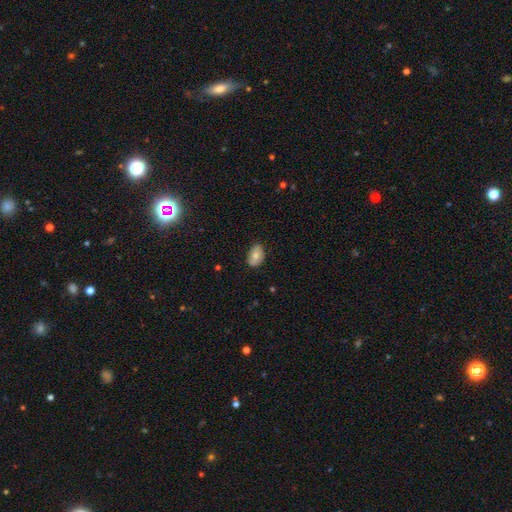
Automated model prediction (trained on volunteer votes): This is likely a smooth galaxy (71%). How rounded: clearly in between (86%). Merging: likely none (76%).